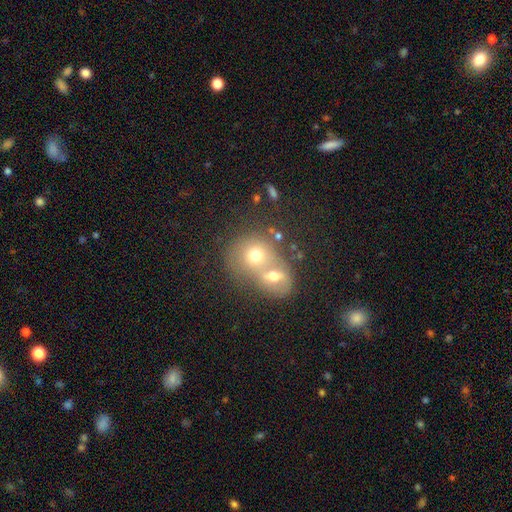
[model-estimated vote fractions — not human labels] Morphology: type=smooth (64%); roundness=round (73%); merging=merger (63%).